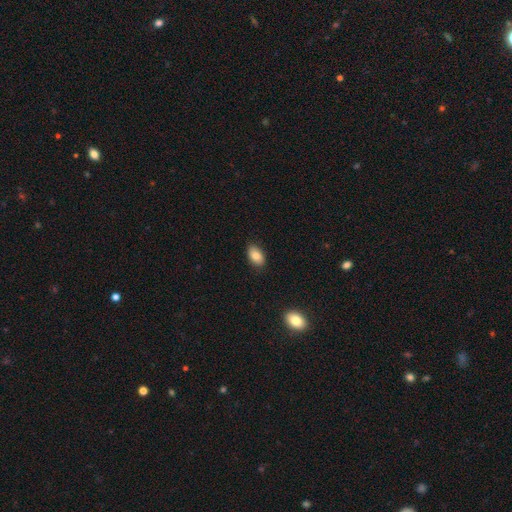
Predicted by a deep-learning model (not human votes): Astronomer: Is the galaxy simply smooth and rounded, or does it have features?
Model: smooth — 83%.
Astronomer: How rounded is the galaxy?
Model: in between — 91%.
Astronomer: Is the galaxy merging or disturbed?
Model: none — 84%.